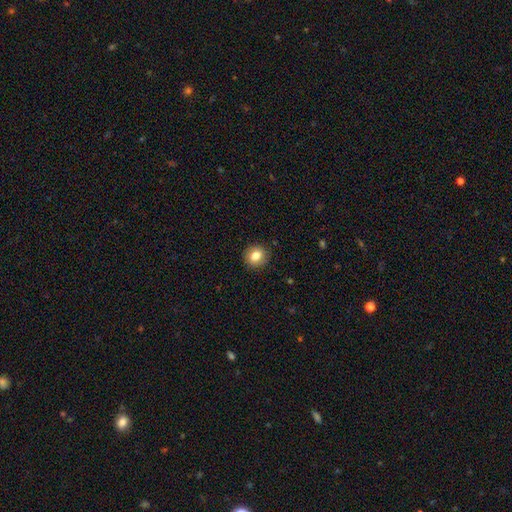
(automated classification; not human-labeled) Smooth or featured? Predicted: smooth (p=0.81). How rounded? Predicted: round (p=0.81). Merging? Predicted: none (p=0.88).